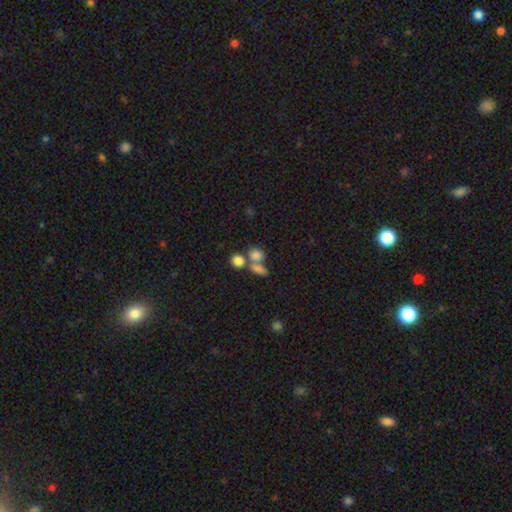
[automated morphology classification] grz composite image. It shows a smooth galaxy with no disk features (77%) that is round (55%). Merging: merger (48%).